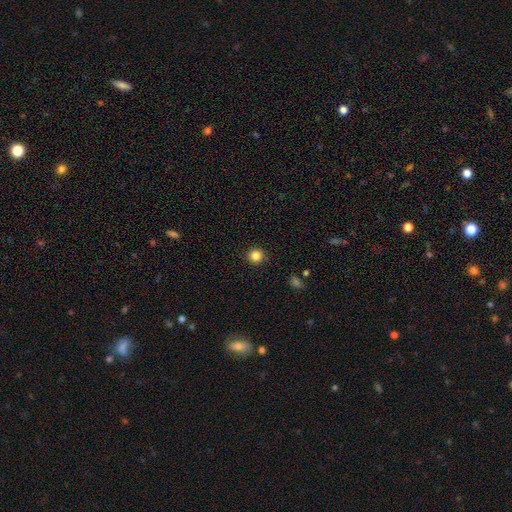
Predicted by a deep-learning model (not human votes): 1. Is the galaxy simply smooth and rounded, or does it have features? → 84% smooth, 12% star or artifact, 4% featured or disk.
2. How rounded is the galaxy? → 94% round, 5% in between, 1% cigar-shaped.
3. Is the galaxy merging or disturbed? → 91% none, 6% minor disturbance, 2% major disturbance, 1% merger.